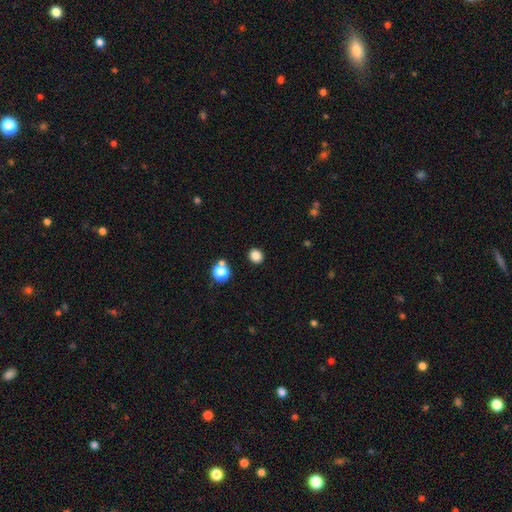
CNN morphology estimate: Smooth or featured? smooth (85%)
How rounded? round (75%)
Merging? none (88%)